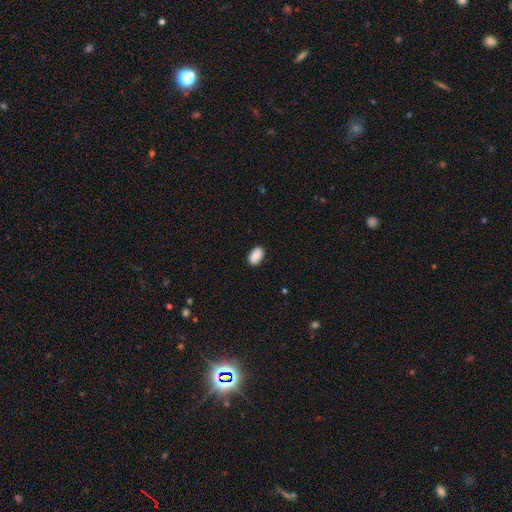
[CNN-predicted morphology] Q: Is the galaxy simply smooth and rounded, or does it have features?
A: smooth — 90%.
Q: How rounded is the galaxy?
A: in between — 93%.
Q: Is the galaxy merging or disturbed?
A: none — 87%.